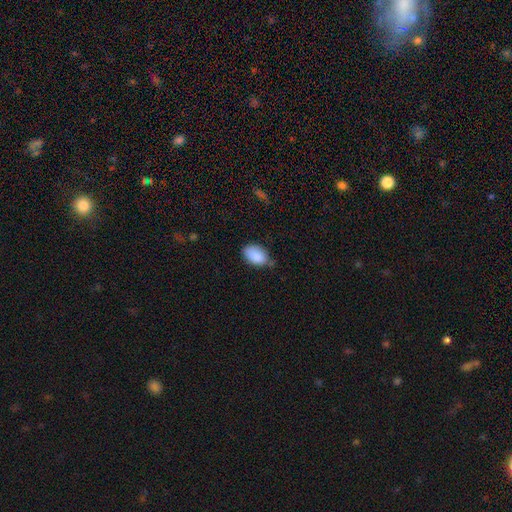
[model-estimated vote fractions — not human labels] A smooth galaxy with no disk features (88%) that is in between round and cigar-shaped (91%).

Vote fractions:
- Smooth or featured? smooth: 88% / star or artifact: 7% / featured or disk: 5%
- How rounded? in between: 91% / round: 7% / cigar-shaped: 1%
- Merging? none: 58% / minor disturbance: 34% / major disturbance: 5% / merger: 3%